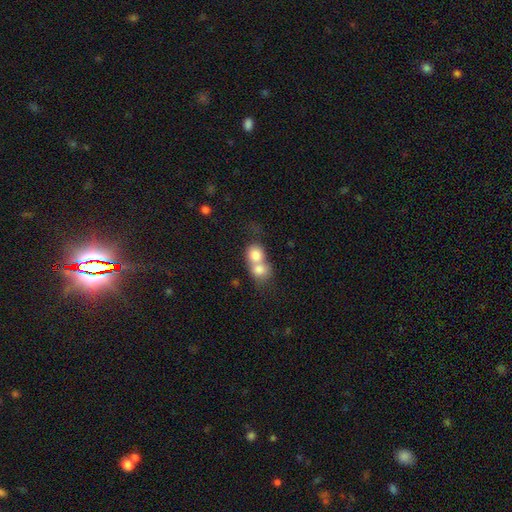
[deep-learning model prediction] This is likely a smooth galaxy (77%). How rounded: likely round (70%). Merging: likely merger (75%).